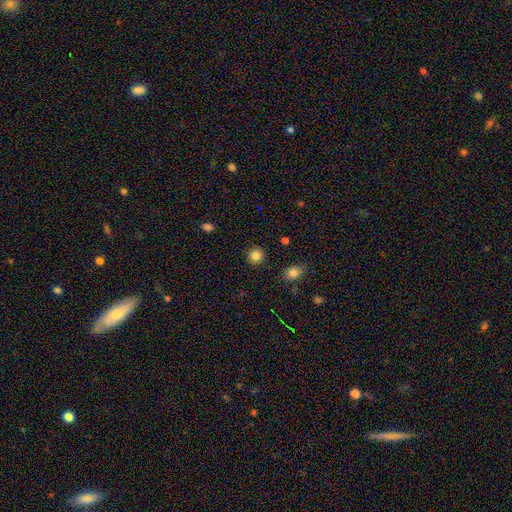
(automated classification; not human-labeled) Smooth or featured: smooth — 84% (star or artifact — 11%)
How rounded: round — 93% (in between — 6%)
Merging: none — 91% (minor disturbance — 5%)